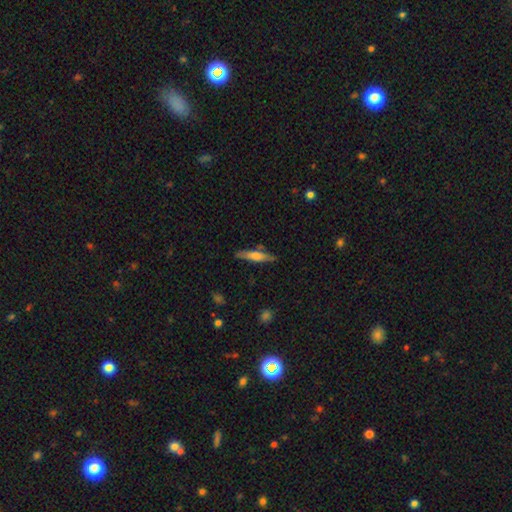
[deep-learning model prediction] Smooth or featured? smooth (56%)
How rounded? cigar-shaped (81%)
Merging? none (80%)